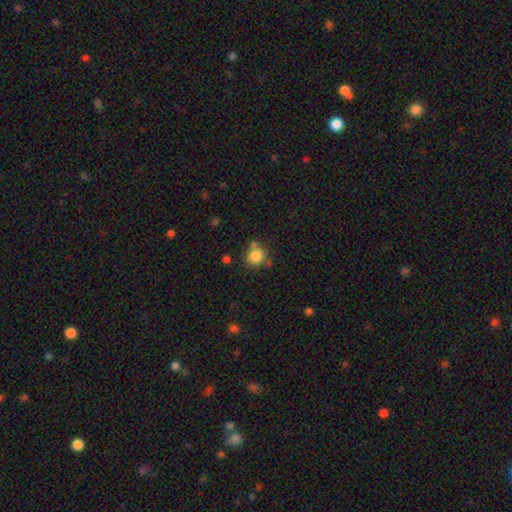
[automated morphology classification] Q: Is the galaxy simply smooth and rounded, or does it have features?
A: smooth — 83%.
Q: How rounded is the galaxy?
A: round — 81%.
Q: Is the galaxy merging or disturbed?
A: none — 65%.